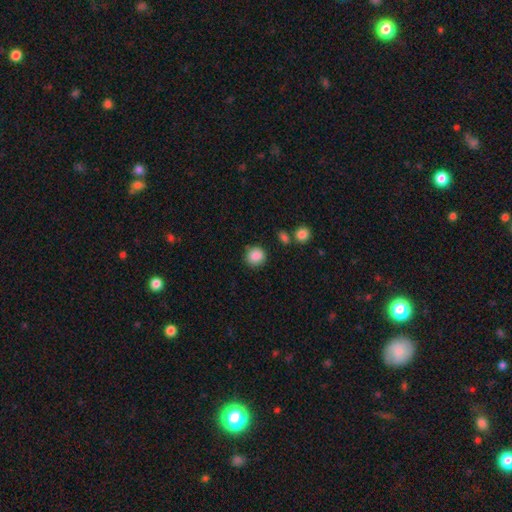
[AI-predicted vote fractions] A smooth galaxy with no disk features (88%) that is round (87%). Merging: none (84%).